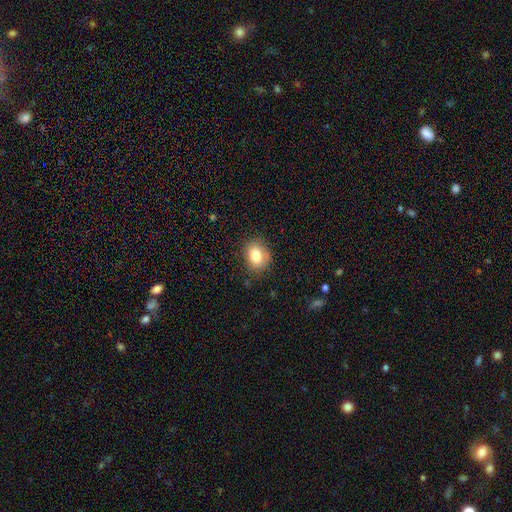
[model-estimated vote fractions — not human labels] Smooth or featured? smooth (81%)
How rounded? in between (50%, tied with round)
Merging? none (82%)